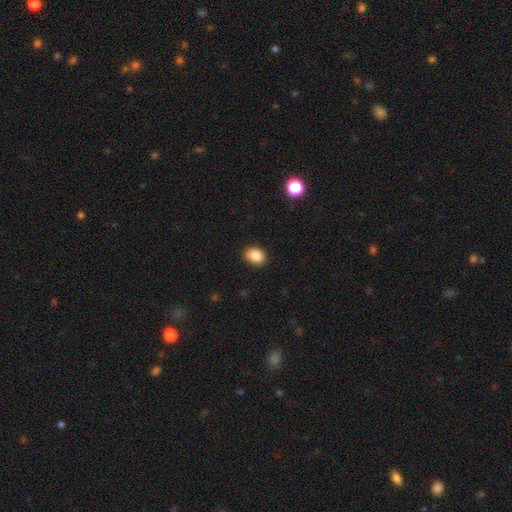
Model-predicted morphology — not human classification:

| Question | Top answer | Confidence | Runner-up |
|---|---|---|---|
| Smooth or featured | smooth | 86% | star or artifact (9%) |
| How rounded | in between | 61% | round (38%) |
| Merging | none | 88% | minor disturbance (9%) |